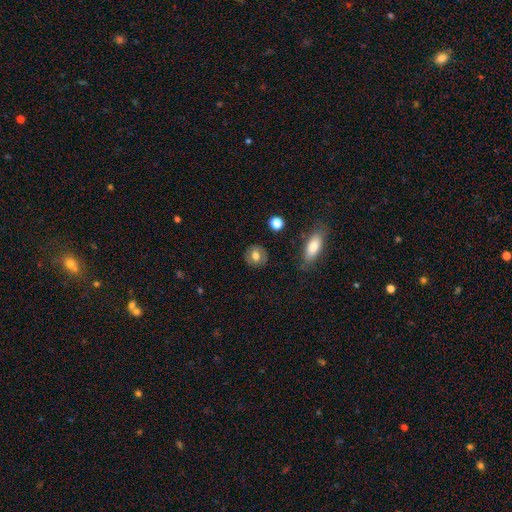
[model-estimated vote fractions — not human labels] smooth_or_featured: smooth (p=0.65) [alt: featured or disk p=0.26]
how_rounded: round (p=0.77) [alt: in between p=0.22]
merging: none (p=0.83) [alt: minor disturbance p=0.11]